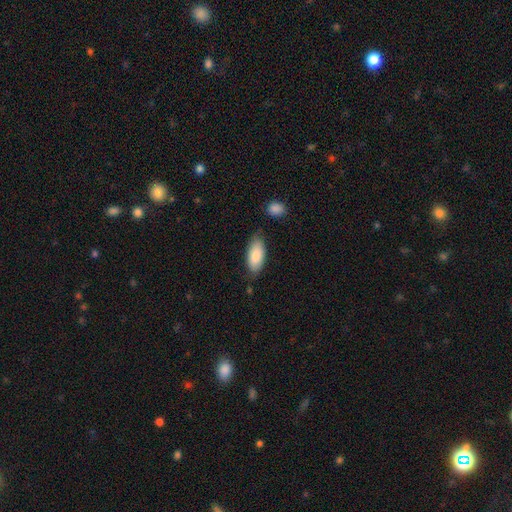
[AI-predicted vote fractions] The model was most divided on "merging": none: 71%, minor disturbance: 20%, merger: 4%, major disturbance: 4%. More confident: how rounded — in between (89%); smooth or featured — smooth (86%).